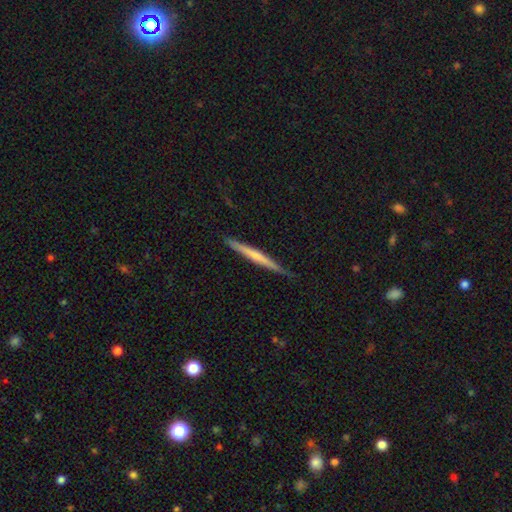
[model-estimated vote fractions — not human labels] smooth_or_featured: featured or disk (p=0.53) [alt: smooth p=0.42]
disk_edge_on: yes (p=0.97) [alt: no p=0.03]
edge_on_bulge: none (p=0.64) [alt: rounded p=0.28]
merging: none (p=0.87) [alt: minor disturbance p=0.10]